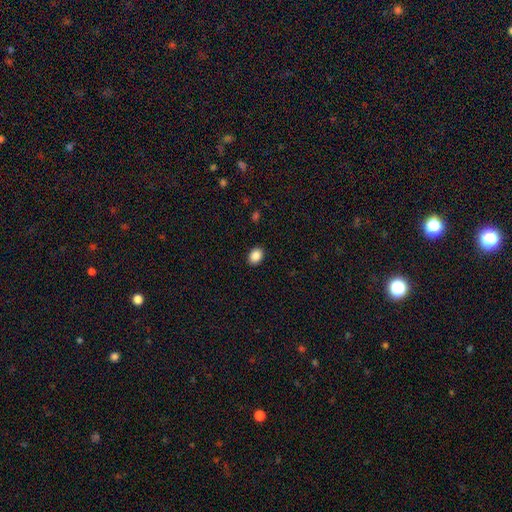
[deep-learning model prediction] Smooth or featured?
  - smooth: 88% *
  - star or artifact: 8%
  - featured or disk: 4%
How rounded?
  - in between: 69% *
  - round: 30%
  - cigar-shaped: 1%
Merging?
  - none: 90% *
  - minor disturbance: 7%
  - major disturbance: 2%
  - merger: 1%